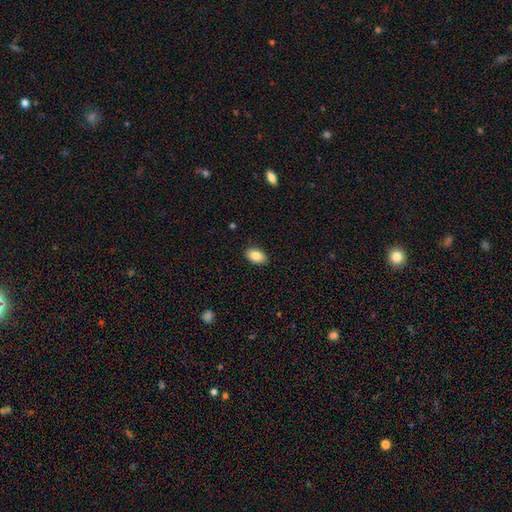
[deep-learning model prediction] Smooth or featured: smooth — 84% (featured or disk — 8%)
How rounded: in between — 89% (round — 10%)
Merging: none — 89% (minor disturbance — 9%)